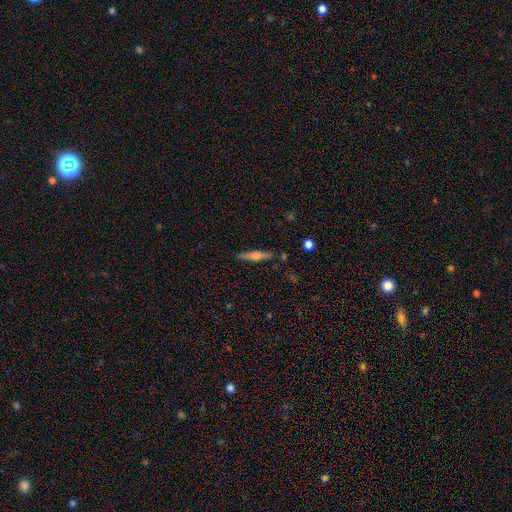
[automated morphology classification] This appears to be a featured or disk galaxy (53%) viewed edge-on (96%) with a rounded central bulge (76%). Merging: none (87%).